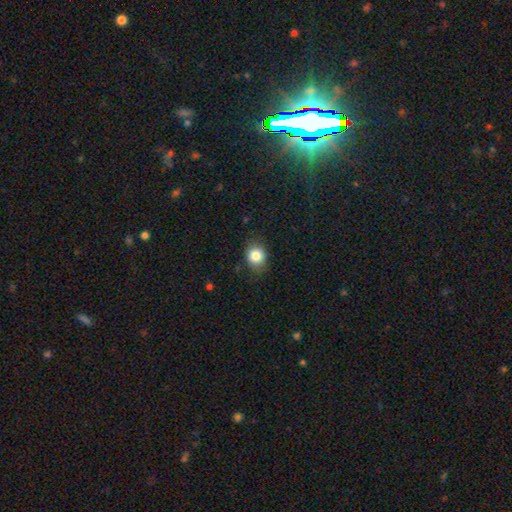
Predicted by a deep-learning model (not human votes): Morphology: type=smooth (84%); roundness=round (66%); merging=none (80%).